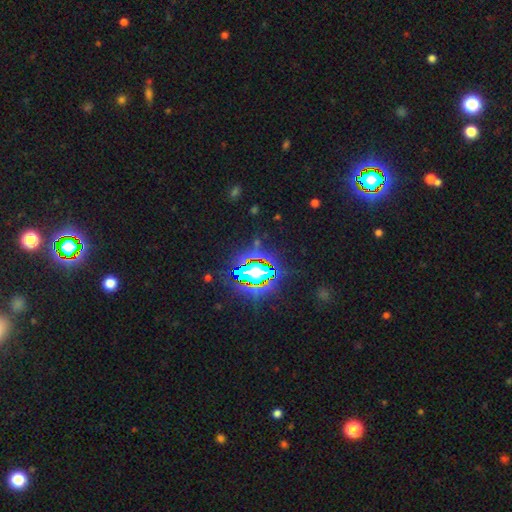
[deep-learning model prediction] Smooth or featured? star or artifact (83%)